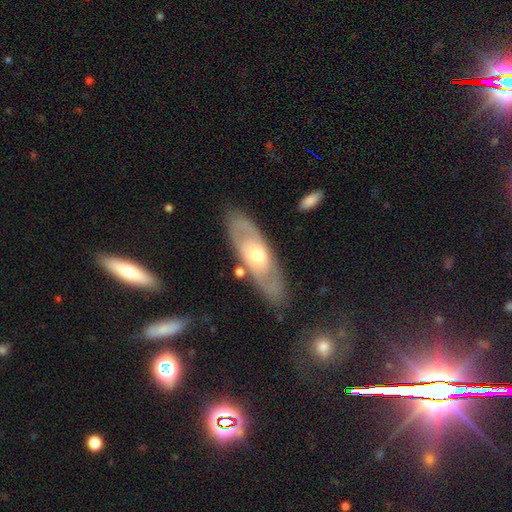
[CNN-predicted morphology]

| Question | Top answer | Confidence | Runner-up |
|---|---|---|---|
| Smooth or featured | featured or disk | 61% | smooth (33%) |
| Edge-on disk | no | 76% | yes (24%) |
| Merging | none | 80% | minor disturbance (12%) |